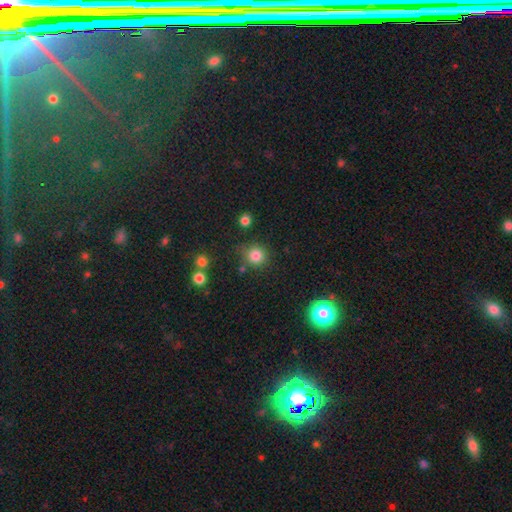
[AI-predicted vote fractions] Smooth or featured? smooth (83%)
How rounded? round (92%)
Merging? none (80%)